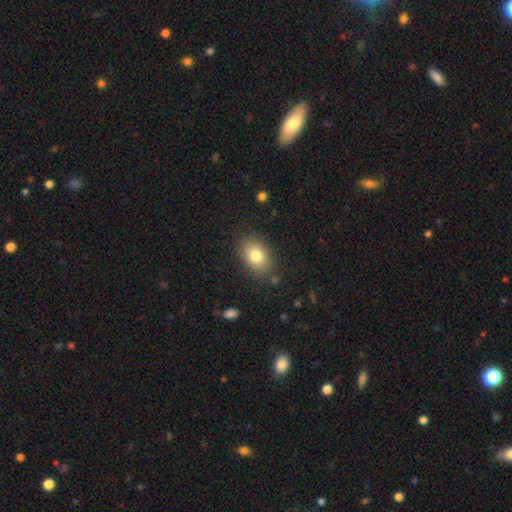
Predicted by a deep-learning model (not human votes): Smooth or featured?
  - smooth: 80% *
  - featured or disk: 10%
  - star or artifact: 9%
How rounded?
  - in between: 74% *
  - round: 24%
  - cigar-shaped: 1%
Merging?
  - none: 83% *
  - minor disturbance: 12%
  - major disturbance: 3%
  - merger: 2%